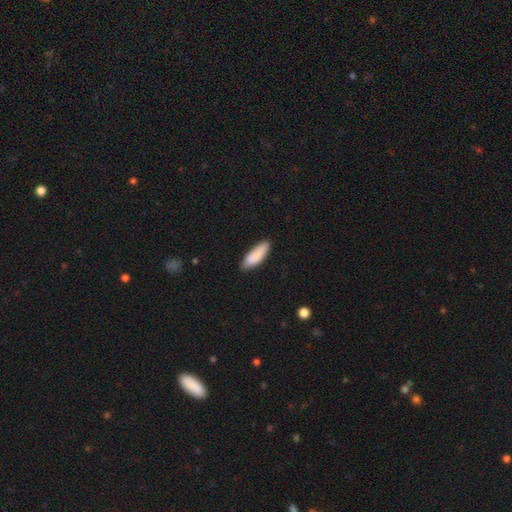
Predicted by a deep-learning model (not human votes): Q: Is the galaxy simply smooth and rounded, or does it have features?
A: smooth — 88%.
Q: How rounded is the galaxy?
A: in between — 63%.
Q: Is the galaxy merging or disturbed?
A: none — 82%.